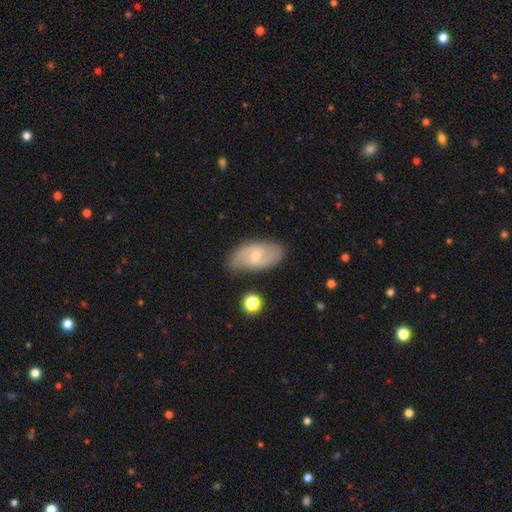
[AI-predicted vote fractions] This appears to be a featured or disk galaxy (61%) with no bar (46%), spiral arms (81%) and a small central bulge (68%). Merging: none (79%).